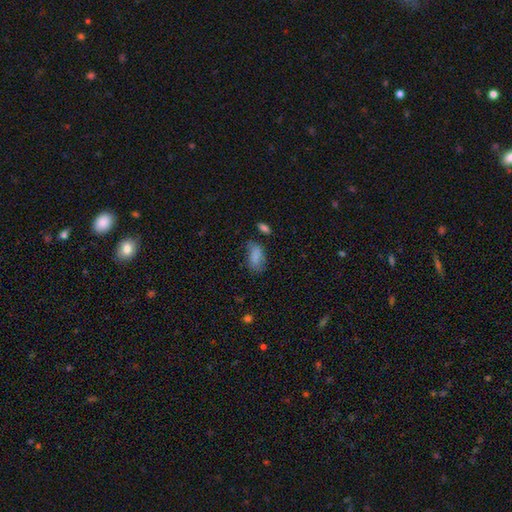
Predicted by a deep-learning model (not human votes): The model was most divided on "merging": none: 53%, minor disturbance: 30%, major disturbance: 12%, merger: 5%. More confident: how rounded — in between (91%); smooth or featured — smooth (81%).